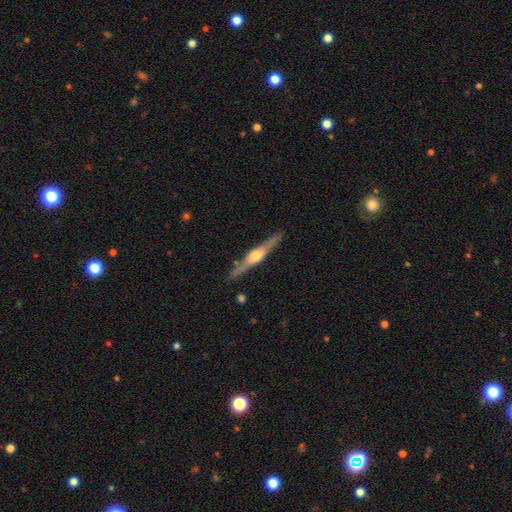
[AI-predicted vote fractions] featured or disk 75%, smooth 20%, star or artifact 5%. Down the decision tree: edge-on disk — yes (97%); edge-on bulge — rounded (92%); merging — none (88%).